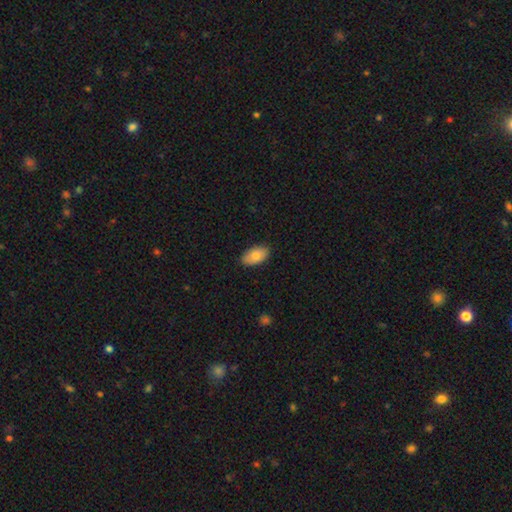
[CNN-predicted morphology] Smooth or featured? Predicted: smooth (p=0.80). How rounded? Predicted: in between (p=0.94). Merging? Predicted: none (p=0.86).